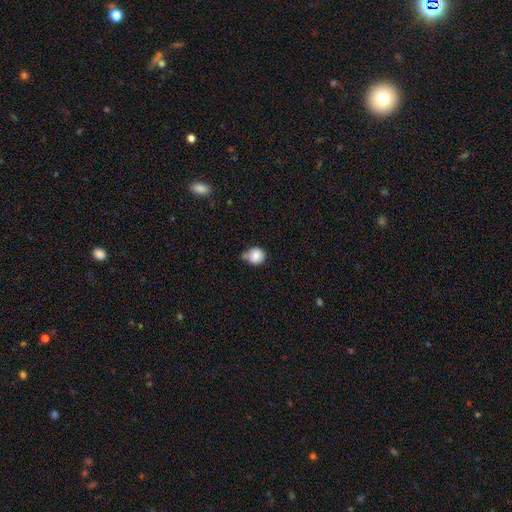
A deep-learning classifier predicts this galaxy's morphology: This is clearly a smooth galaxy (82%). How rounded: clearly round (89%). Merging: possibly none (58%).